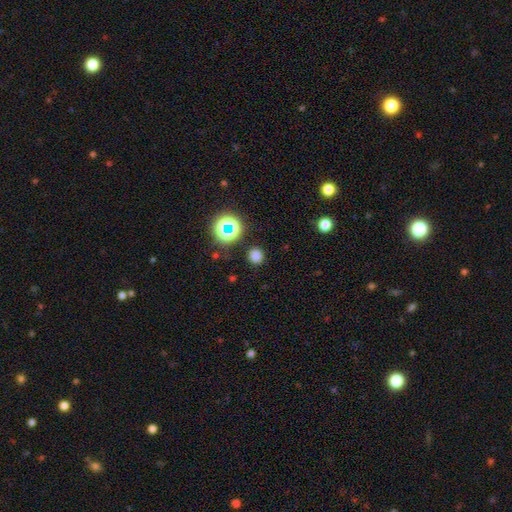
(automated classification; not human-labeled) smooth_or_featured: smooth (p=0.74) [alt: star or artifact p=0.21]
how_rounded: round (p=0.90) [alt: in between p=0.09]
merging: none (p=0.88) [alt: minor disturbance p=0.07]